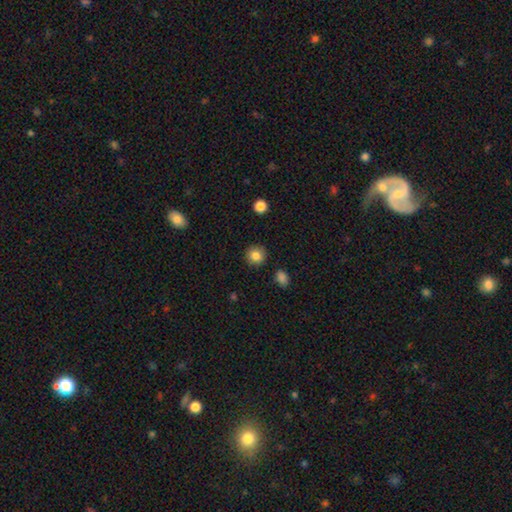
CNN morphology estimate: smooth_or_featured: smooth (p=0.85) [alt: star or artifact p=0.10]
how_rounded: round (p=0.92) [alt: in between p=0.07]
merging: none (p=0.90) [alt: minor disturbance p=0.06]